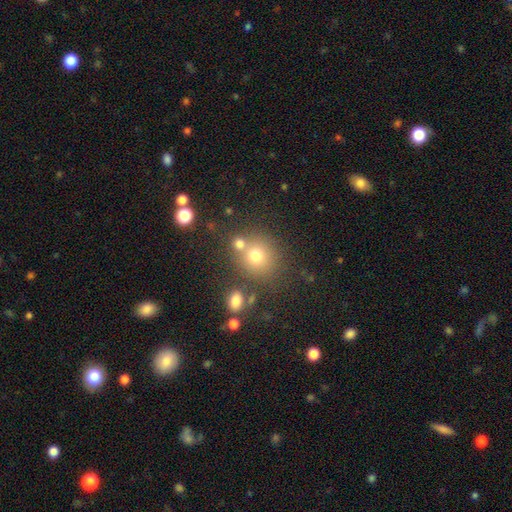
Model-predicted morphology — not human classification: Q: Smooth or featured?
A: smooth (71%); runner-up: star or artifact (17%)
Q: How rounded?
A: round (85%); runner-up: in between (14%)
Q: Merging?
A: none (64%); runner-up: merger (23%)